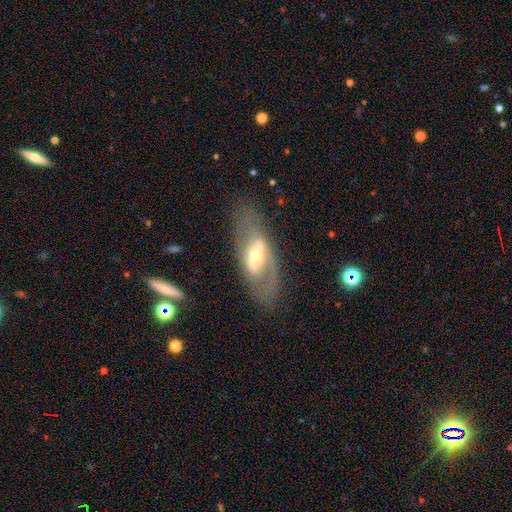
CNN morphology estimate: featured or disk 76%, smooth 17%, star or artifact 6%. Down the decision tree: edge-on disk — no (87%); bar — strong (46%); spiral arms — yes (70%); bulge size — moderate (54%); merging — none (74%).